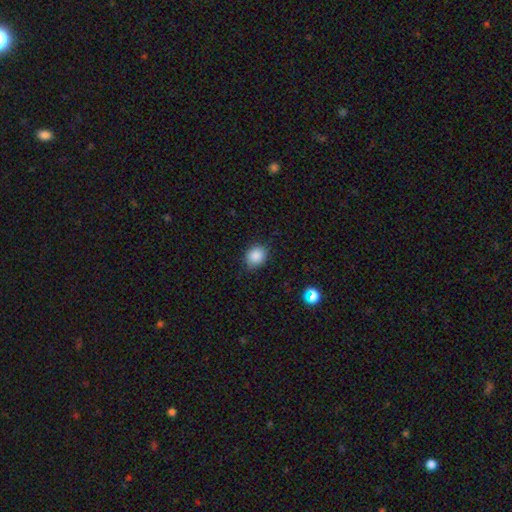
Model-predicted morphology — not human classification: Smooth or featured?
  - smooth: 86% *
  - star or artifact: 9%
  - featured or disk: 4%
How rounded?
  - round: 62% *
  - in between: 37%
  - cigar-shaped: 1%
Merging?
  - none: 84% *
  - minor disturbance: 13%
  - major disturbance: 3%
  - merger: 1%